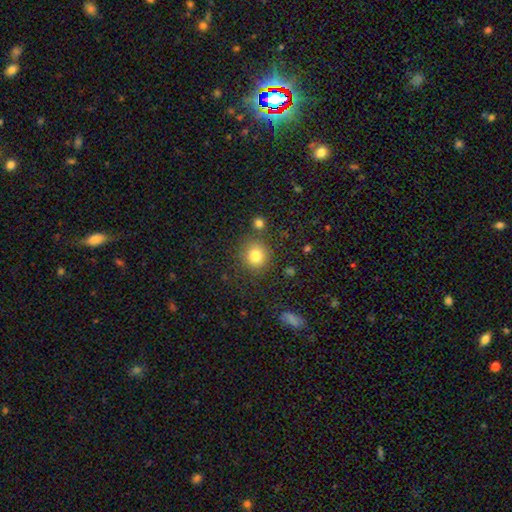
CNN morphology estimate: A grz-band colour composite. It shows a smooth galaxy with no disk features (82%) that is round (89%). Merging: none (81%).